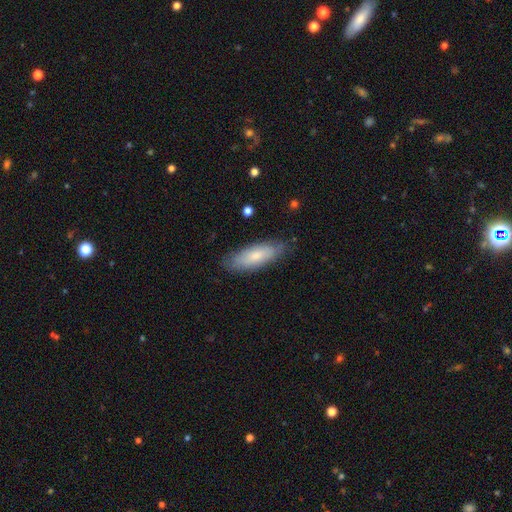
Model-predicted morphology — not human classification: Overall: smooth (72%). How rounded: in between (63%; cigar-shaped 35%). Merging: none (80%).